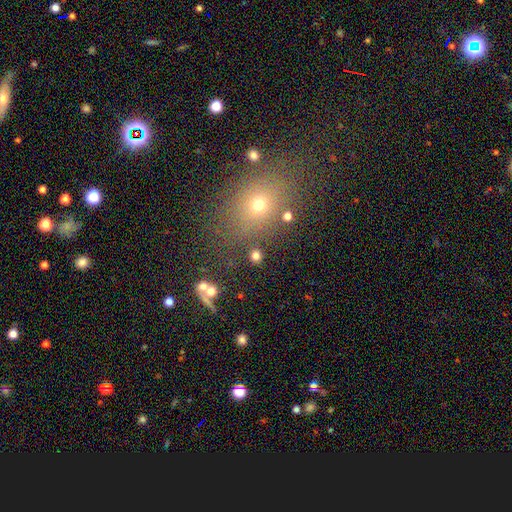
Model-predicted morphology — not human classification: Smooth or featured? smooth (74%)
How rounded? round (85%)
Merging? none (82%)